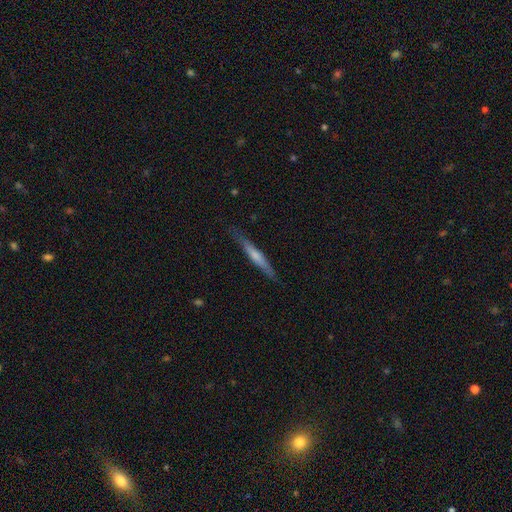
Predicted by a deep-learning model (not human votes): This appears to be a smooth galaxy with no disk features (50%). Merging: none (83%).